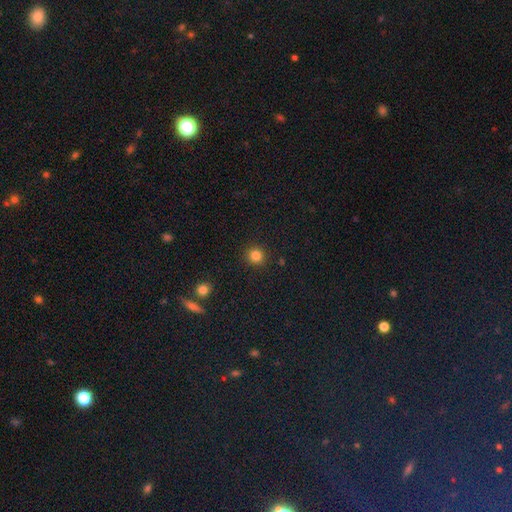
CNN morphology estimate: Q: Smooth or featured?
A: smooth (83%); runner-up: star or artifact (13%)
Q: How rounded?
A: round (93%); runner-up: in between (6%)
Q: Merging?
A: none (91%); runner-up: minor disturbance (5%)